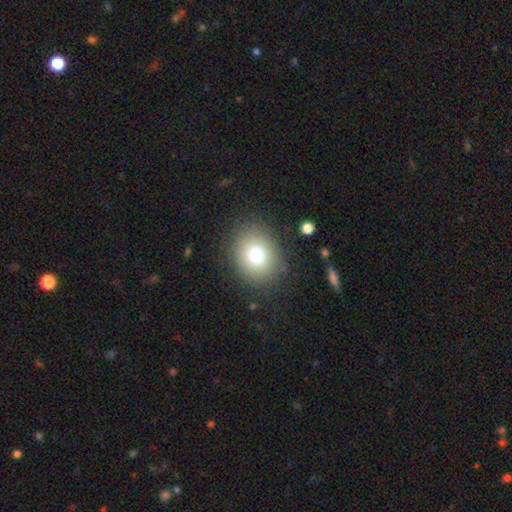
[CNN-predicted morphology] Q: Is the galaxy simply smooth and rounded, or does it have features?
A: smooth — 76%.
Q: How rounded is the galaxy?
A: round — 62%.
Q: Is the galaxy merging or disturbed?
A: none — 84%.